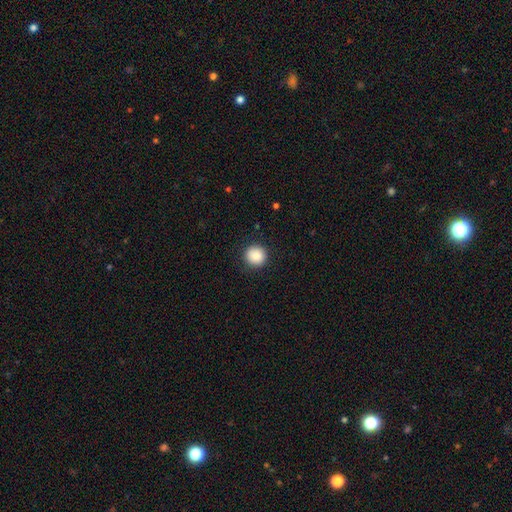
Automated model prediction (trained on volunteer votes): Q: Smooth or featured?
A: smooth (87%); runner-up: star or artifact (9%)
Q: How rounded?
A: round (94%); runner-up: in between (5%)
Q: Merging?
A: none (90%); runner-up: minor disturbance (7%)